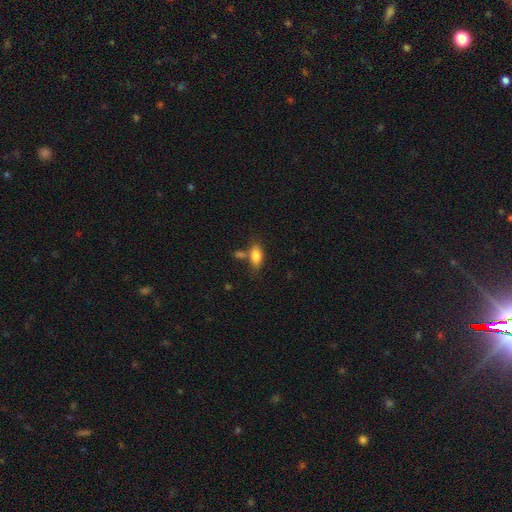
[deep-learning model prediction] smooth 81%, featured or disk 11%, star or artifact 8%. Down the decision tree: how rounded — in between (85%); merging — none (59%).